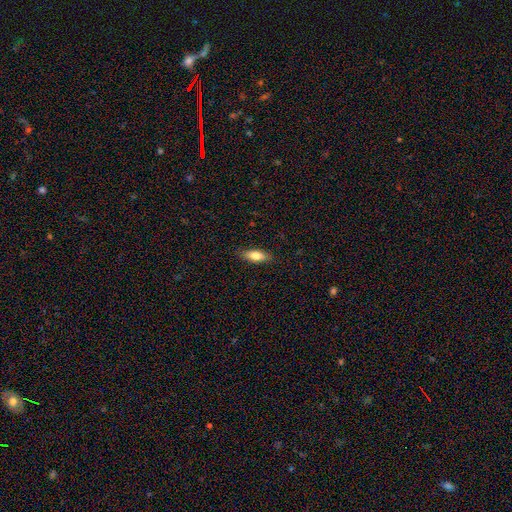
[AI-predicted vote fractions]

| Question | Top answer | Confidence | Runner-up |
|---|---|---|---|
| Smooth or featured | smooth | 75% | featured or disk (19%) |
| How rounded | in between | 67% | cigar-shaped (30%) |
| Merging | none | 87% | minor disturbance (10%) |